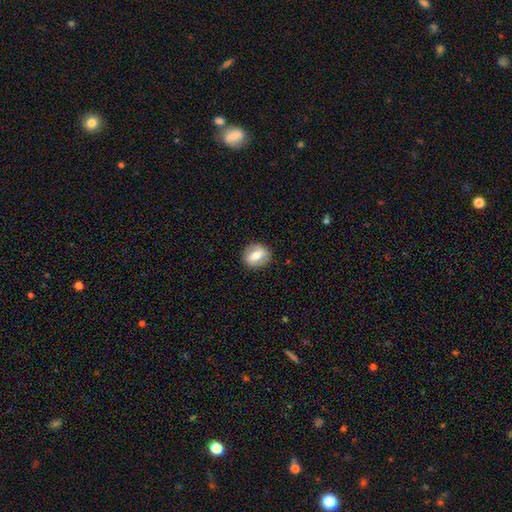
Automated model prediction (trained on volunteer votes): This is possibly a smooth galaxy (56%). How rounded: likely round (65%). Merging: clearly none (87%).